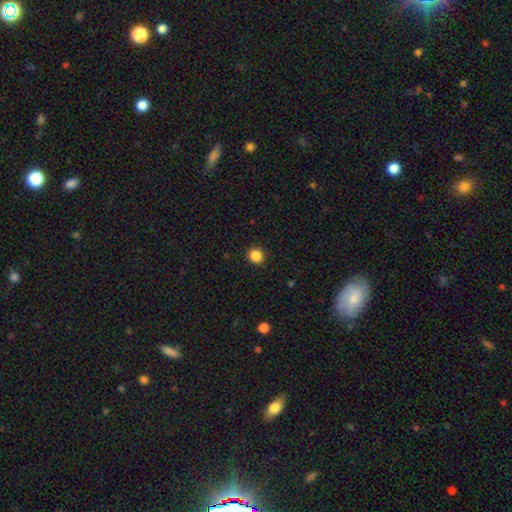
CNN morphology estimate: type=smooth (87%); roundness=round (86%); merging=none (92%).